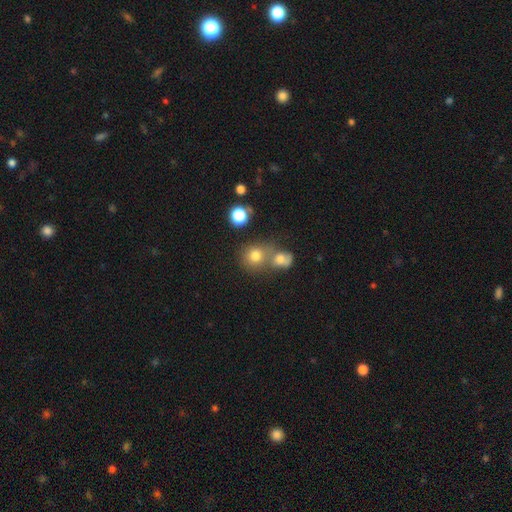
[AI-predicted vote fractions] Smooth or featured? smooth (74%)
How rounded? round (83%)
Merging? none (47%)